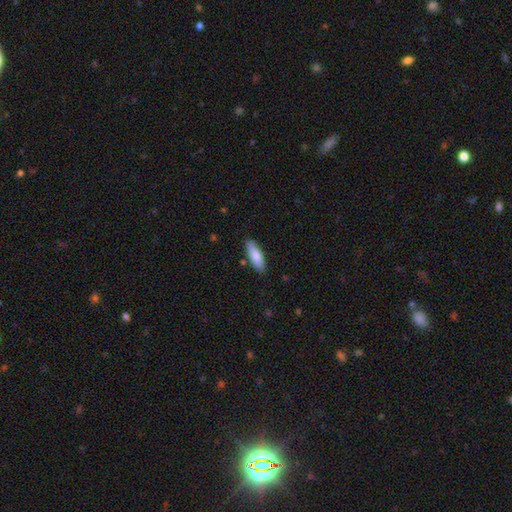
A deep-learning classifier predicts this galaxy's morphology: Smooth or featured: smooth — 81% (featured or disk — 13%)
How rounded: in between — 63% (cigar-shaped — 35%)
Merging: none — 82% (minor disturbance — 13%)